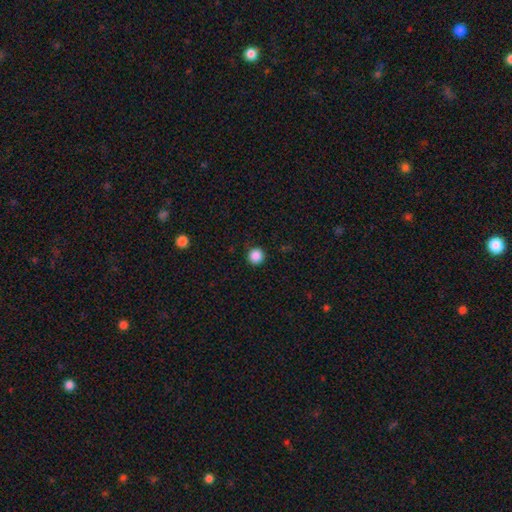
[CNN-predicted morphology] Smooth or featured? Predicted: smooth (p=0.88). How rounded? Predicted: round (p=0.96). Merging? Predicted: none (p=0.92).